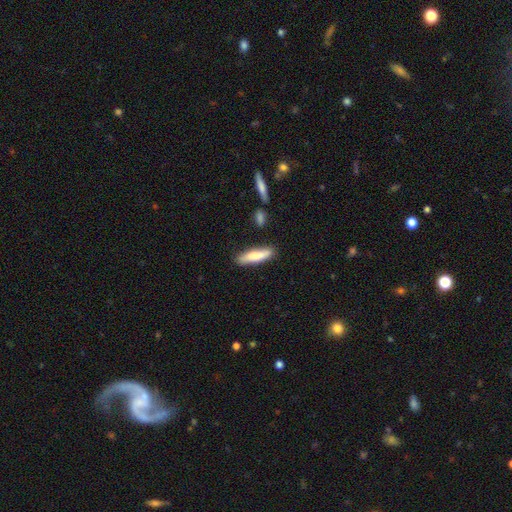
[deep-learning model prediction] smooth 78%, featured or disk 17%, star or artifact 6%. Down the decision tree: how rounded — cigar-shaped (76%); merging — none (80%).